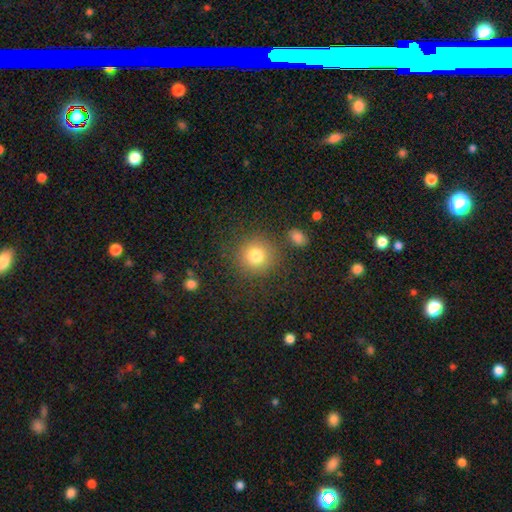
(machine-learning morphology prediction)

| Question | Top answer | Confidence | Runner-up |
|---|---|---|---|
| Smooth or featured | smooth | 80% | star or artifact (12%) |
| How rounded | round | 92% | in between (7%) |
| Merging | none | 84% | minor disturbance (8%) |